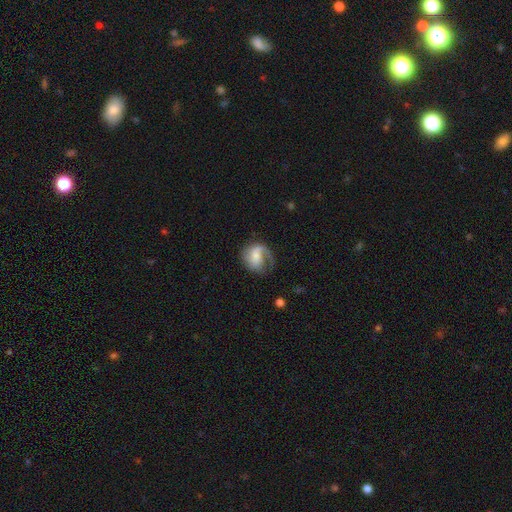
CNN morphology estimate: smooth_or_featured: featured or disk (p=0.61) [alt: smooth p=0.32]
disk_edge_on: no (p=0.98) [alt: yes p=0.02]
bar: no (p=0.49) [alt: weak p=0.41]
has_spiral_arms: yes (p=0.89) [alt: no p=0.11]
spiral_winding: medium (p=0.40) [alt: loose p=0.37]
spiral_arm_count: 1 (p=0.60) [alt: 2 p=0.29]
bulge_size: small (p=0.37) [alt: moderate p=0.36]
merging: none (p=0.49) [alt: major disturbance p=0.26]